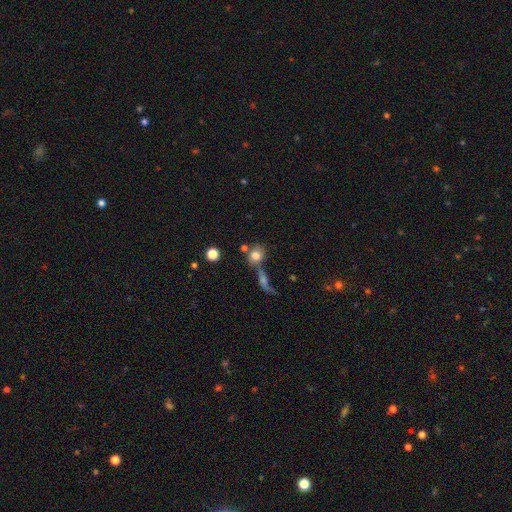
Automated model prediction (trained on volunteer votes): Smooth or featured: smooth — 75% (featured or disk — 13%)
How rounded: round — 76% (in between — 22%)
Merging: none — 47% (merger — 33%)